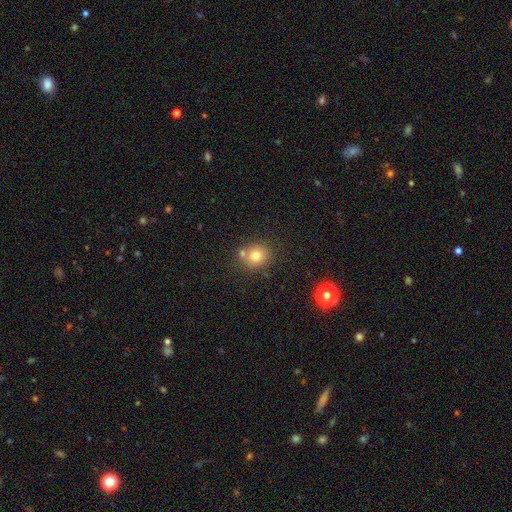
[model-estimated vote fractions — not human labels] Q: Smooth or featured?
A: smooth (76%); runner-up: star or artifact (13%)
Q: How rounded?
A: round (81%); runner-up: in between (18%)
Q: Merging?
A: none (67%); runner-up: merger (20%)